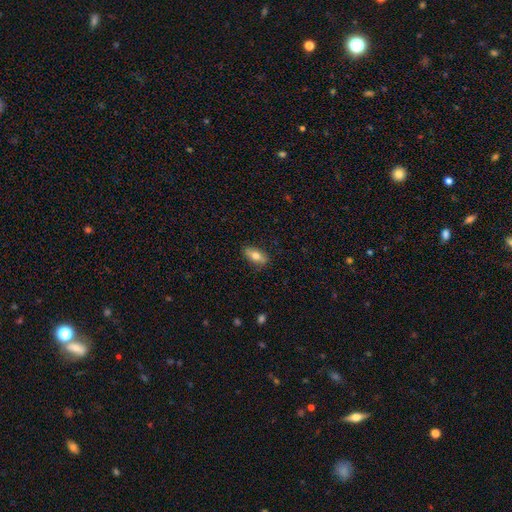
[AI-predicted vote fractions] smooth 71%, featured or disk 23%, star or artifact 7%. Down the decision tree: how rounded — in between (80%); merging — none (86%).